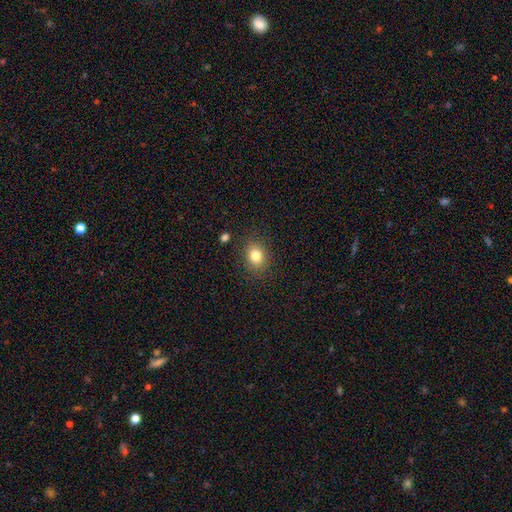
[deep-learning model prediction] Morphology: type=smooth (81%); roundness=in between (50%); merging=none (85%).